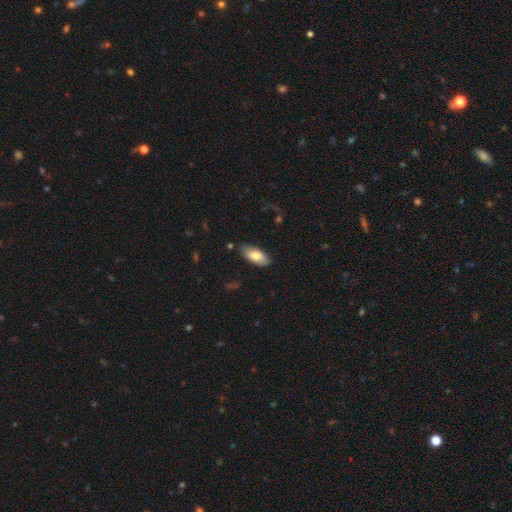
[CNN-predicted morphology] smooth 79%, featured or disk 15%, star or artifact 6%. Down the decision tree: how rounded — in between (89%); merging — none (81%).